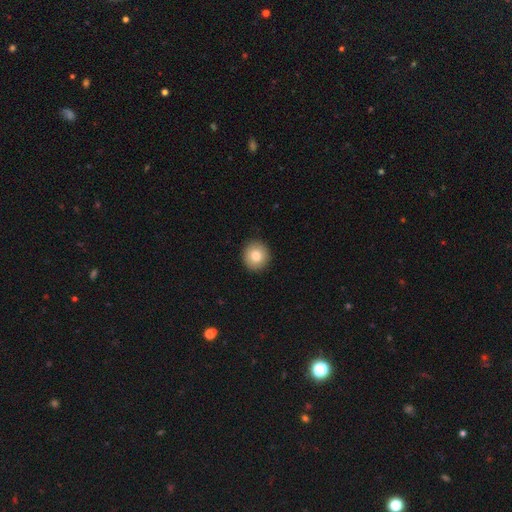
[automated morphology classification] This is clearly a smooth galaxy (81%). How rounded: clearly round (92%). Merging: clearly none (92%).